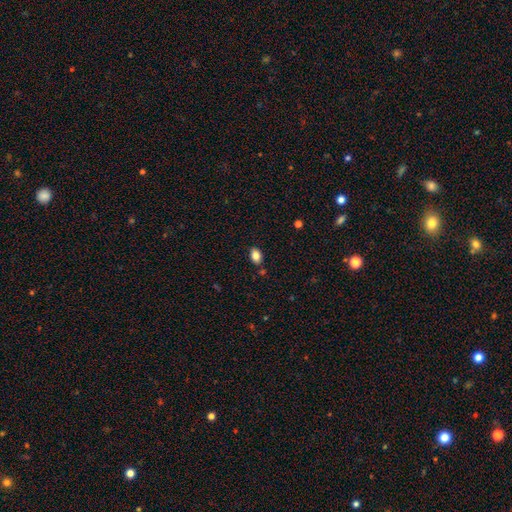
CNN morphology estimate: Smooth or featured: smooth — 84% (star or artifact — 9%)
How rounded: in between — 85% (round — 13%)
Merging: none — 82% (minor disturbance — 11%)